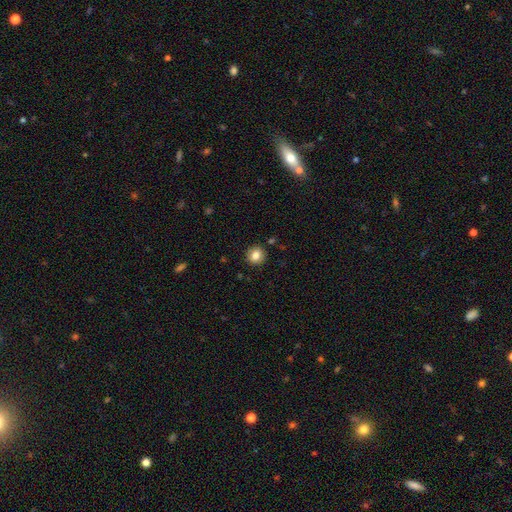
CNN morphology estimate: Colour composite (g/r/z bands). It shows a smooth galaxy with no disk features (84%) that is round (90%). Merging: none (91%).